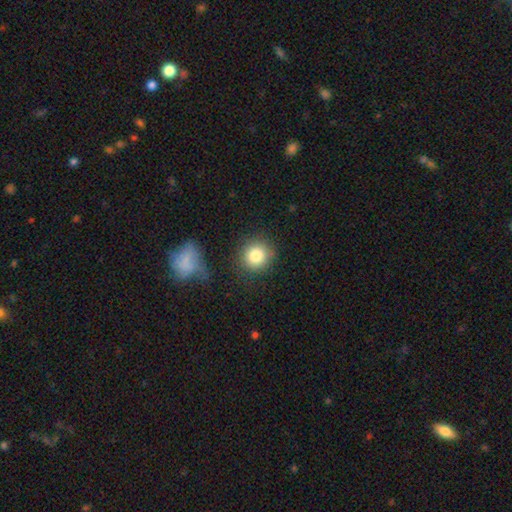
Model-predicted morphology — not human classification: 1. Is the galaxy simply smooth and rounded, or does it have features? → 83% smooth, 10% star or artifact, 7% featured or disk.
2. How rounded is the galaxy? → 89% round, 10% in between, 1% cigar-shaped.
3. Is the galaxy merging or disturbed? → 83% none, 10% minor disturbance, 4% merger, 4% major disturbance.